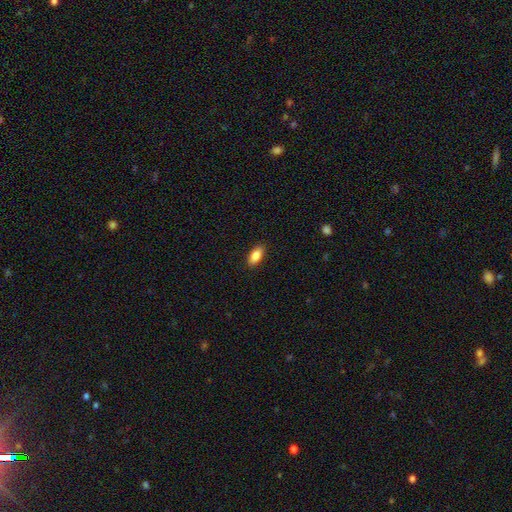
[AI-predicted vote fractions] Overall: smooth (87%). How rounded: in between (88%). Merging: none (89%).